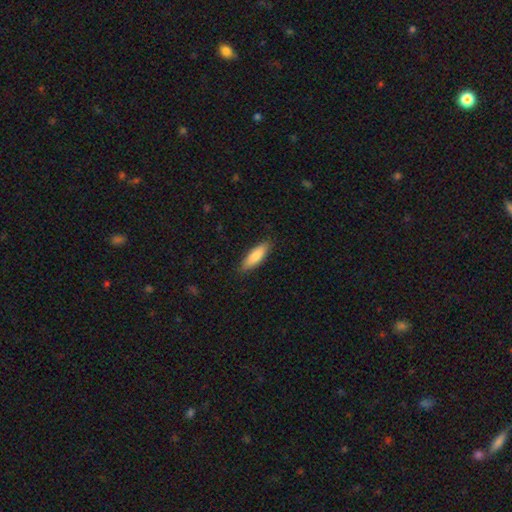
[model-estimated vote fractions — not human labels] This appears to be a smooth galaxy with no disk features (83%) that is in between round and cigar-shaped (50%). Merging: none (87%).